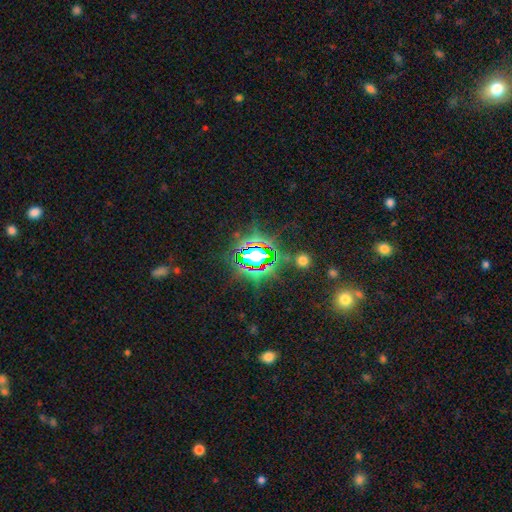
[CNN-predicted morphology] smooth-or-featured: star or artifact: 78% | smooth: 12% | featured or disk: 10%